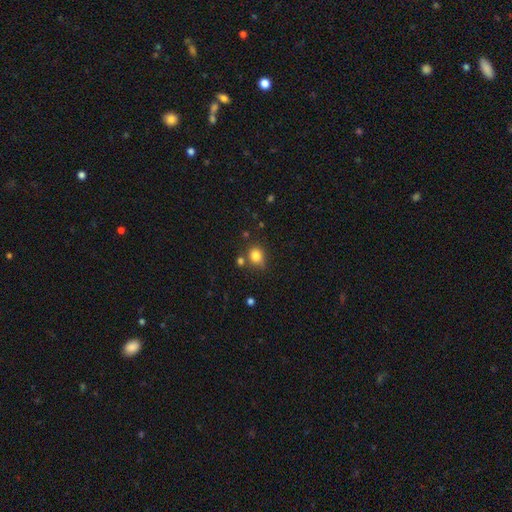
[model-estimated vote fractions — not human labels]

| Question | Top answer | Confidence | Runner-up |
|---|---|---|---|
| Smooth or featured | smooth | 82% | star or artifact (12%) |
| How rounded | round | 69% | in between (29%) |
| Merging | none | 66% | minor disturbance (18%) |